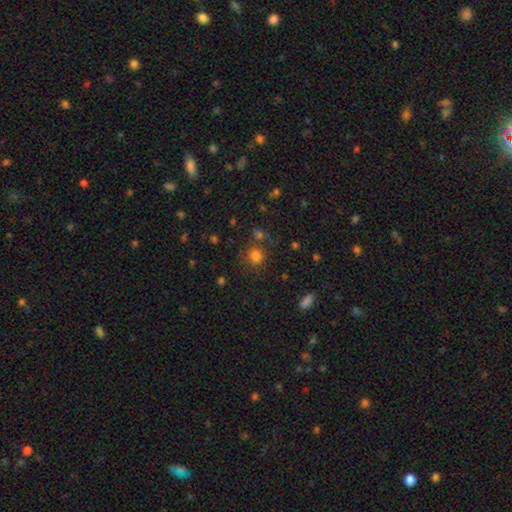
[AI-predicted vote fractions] A smooth galaxy with no disk features (78%) that is round (89%).

Vote fractions:
- Smooth or featured? smooth: 78% / star or artifact: 16% / featured or disk: 6%
- How rounded? round: 89% / in between: 10% / cigar-shaped: 1%
- Merging? none: 74% / merger: 11% / minor disturbance: 10% / major disturbance: 5%